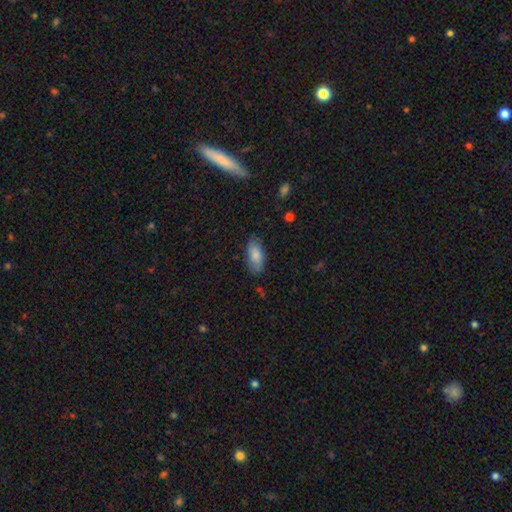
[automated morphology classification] smooth_or_featured: smooth (p=0.83) [alt: featured or disk p=0.11]
how_rounded: in between (p=0.89) [alt: cigar-shaped p=0.09]
merging: none (p=0.80) [alt: minor disturbance p=0.15]